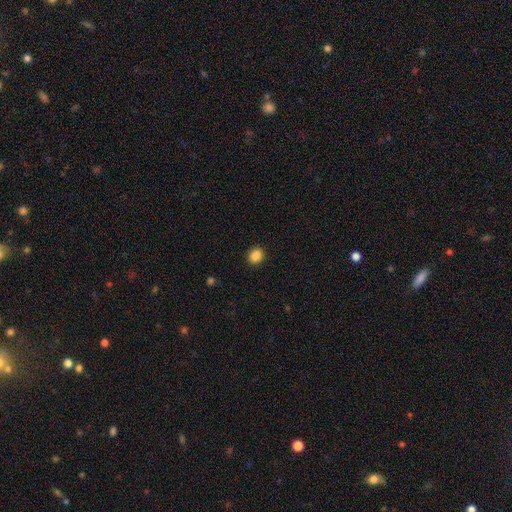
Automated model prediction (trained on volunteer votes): smooth-or-featured: smooth: 87% | star or artifact: 10% | featured or disk: 3%
  how-rounded: round: 82% | in between: 17% | cigar-shaped: 1%
  merging: none: 92% | minor disturbance: 5% | major disturbance: 2% | merger: 1%